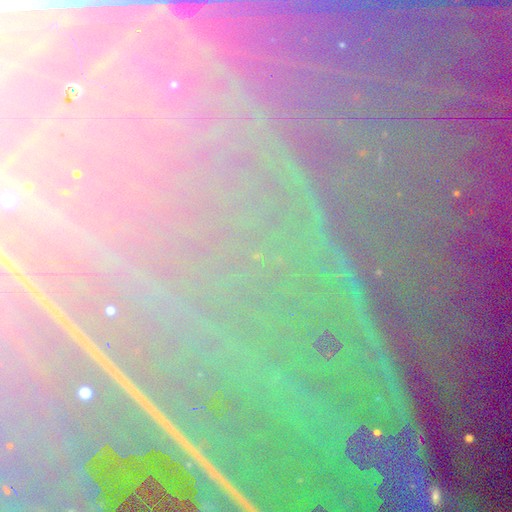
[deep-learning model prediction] Smooth or featured: star or artifact — 87% (featured or disk — 7%)